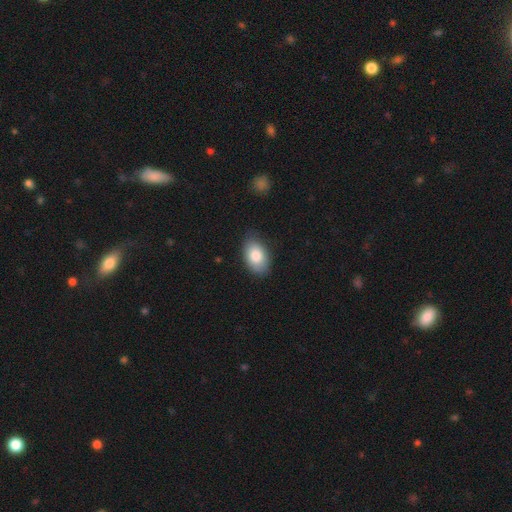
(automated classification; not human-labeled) A smooth galaxy with no disk features (82%) that is in between round and cigar-shaped (90%). Merging: none (79%).